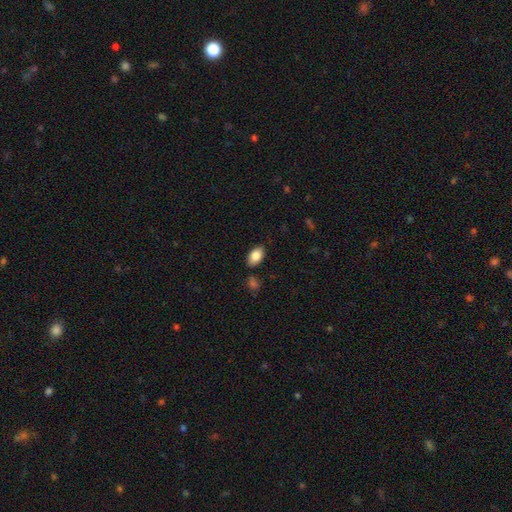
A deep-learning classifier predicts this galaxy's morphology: Smooth or featured: smooth — 85% (featured or disk — 8%)
How rounded: in between — 92% (round — 6%)
Merging: none — 83% (minor disturbance — 12%)